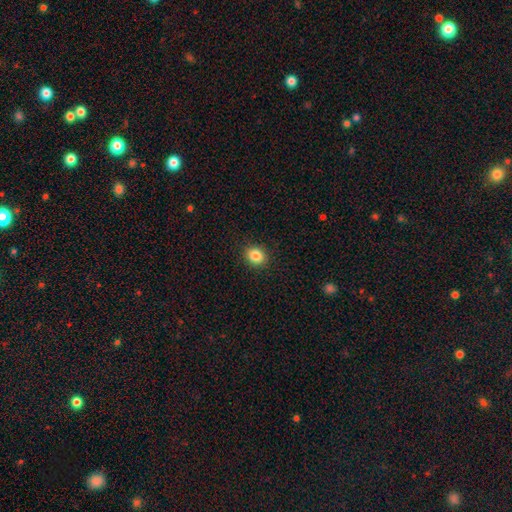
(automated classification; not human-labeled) A smooth galaxy with no disk features (85%) that is round (70%).

Vote fractions:
- Smooth or featured? smooth: 85% / star or artifact: 10% / featured or disk: 5%
- How rounded? round: 70% / in between: 29% / cigar-shaped: 1%
- Merging? none: 91% / minor disturbance: 6% / major disturbance: 2% / merger: 1%